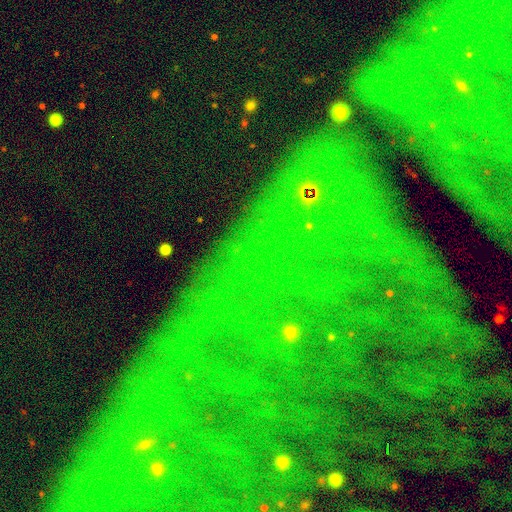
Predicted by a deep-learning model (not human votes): This appears to be a star or artifact, not a galaxy (82%).